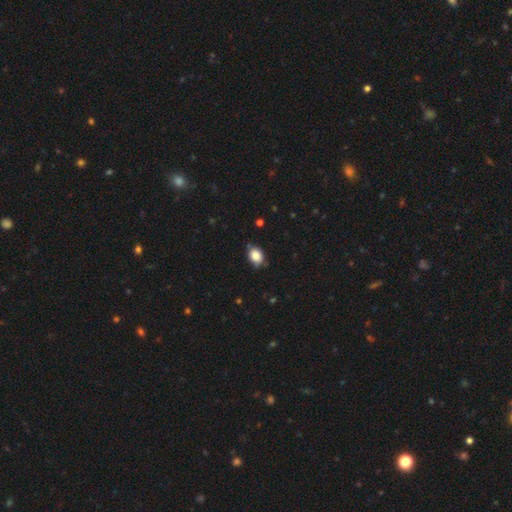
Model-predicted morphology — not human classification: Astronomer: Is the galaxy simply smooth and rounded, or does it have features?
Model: smooth — 86%.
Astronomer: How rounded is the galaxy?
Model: in between — 71%.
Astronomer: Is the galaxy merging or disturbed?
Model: none — 72%.